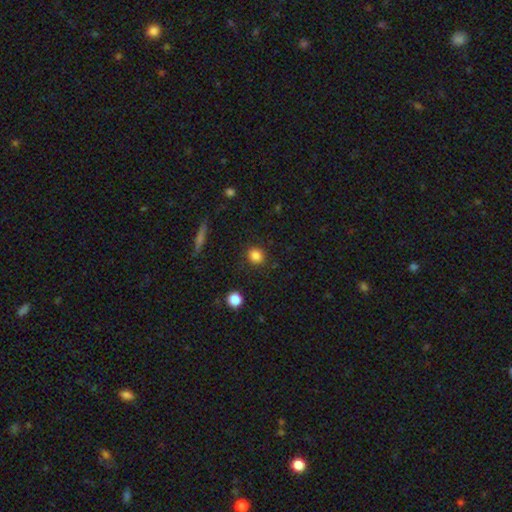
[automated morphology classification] smooth 84%, star or artifact 11%, featured or disk 5%. Down the decision tree: how rounded — round (78%); merging — none (88%).